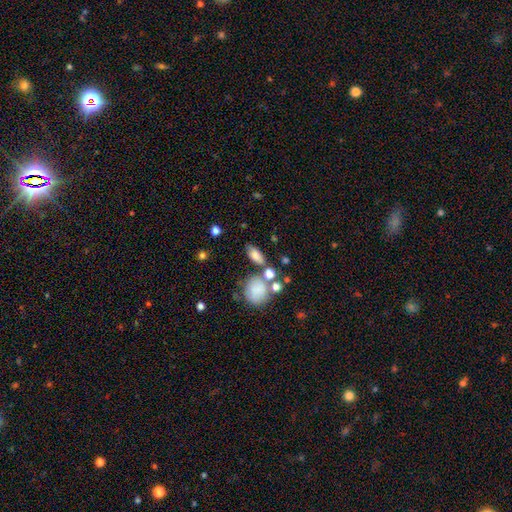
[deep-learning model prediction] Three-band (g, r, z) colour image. It shows a smooth galaxy with no disk features (78%) that is in between round and cigar-shaped (78%). Merging: none (62%).